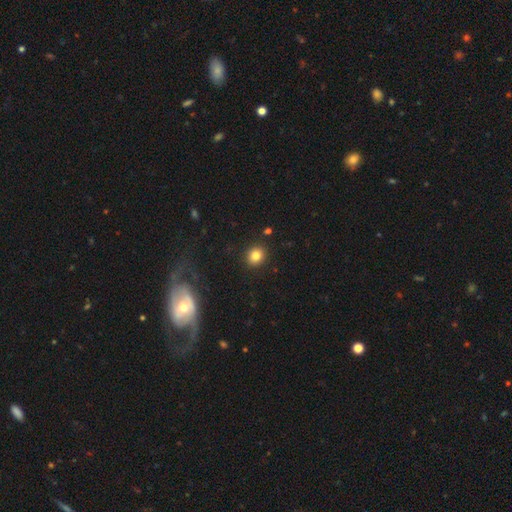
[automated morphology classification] type=smooth (82%); roundness=round (74%); merging=none (89%).